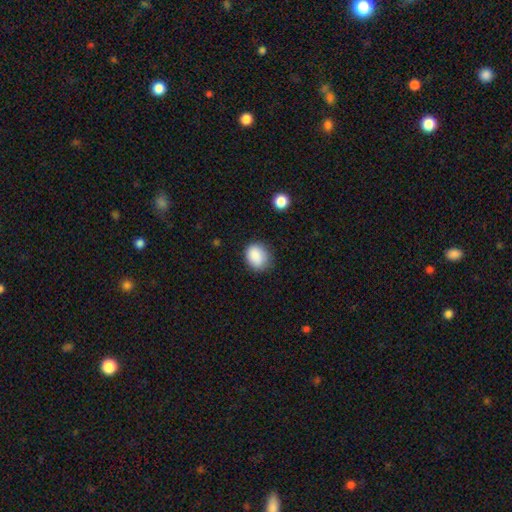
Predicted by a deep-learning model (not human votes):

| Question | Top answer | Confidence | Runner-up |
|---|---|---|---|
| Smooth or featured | smooth | 87% | star or artifact (8%) |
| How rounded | round | 55% | in between (44%) |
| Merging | none | 76% | minor disturbance (19%) |